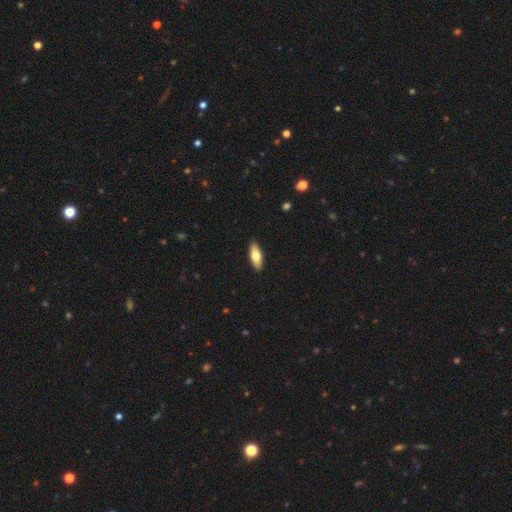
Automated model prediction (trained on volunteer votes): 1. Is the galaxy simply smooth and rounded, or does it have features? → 70% smooth, 24% featured or disk, 5% star or artifact.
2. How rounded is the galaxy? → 69% in between, 29% cigar-shaped, 2% round.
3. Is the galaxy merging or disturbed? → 91% none, 7% minor disturbance, 1% major disturbance, 1% merger.